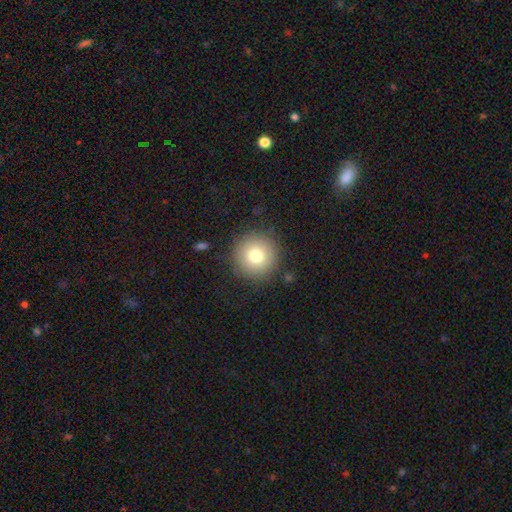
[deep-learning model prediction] Smooth or featured? smooth (77%)
How rounded? round (96%)
Merging? none (88%)